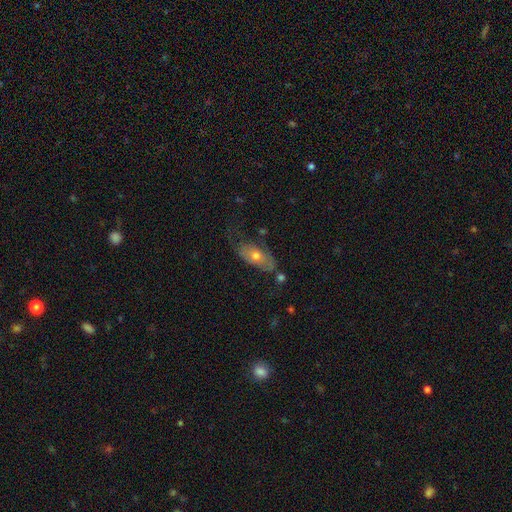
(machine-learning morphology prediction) A smooth galaxy with no disk features (54%) that is in between round and cigar-shaped (83%). Merging: none (50%).